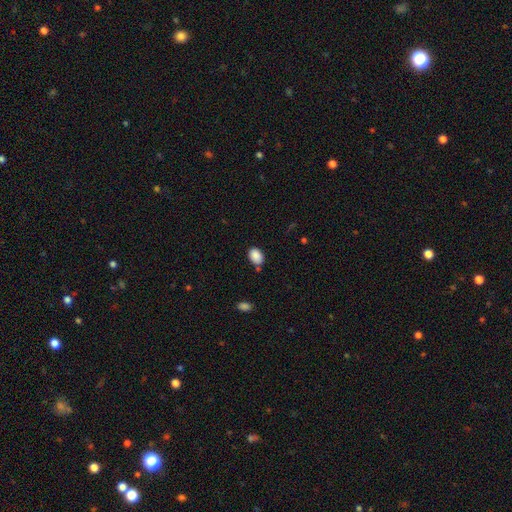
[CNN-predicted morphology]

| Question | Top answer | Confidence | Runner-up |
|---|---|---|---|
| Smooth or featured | smooth | 89% | star or artifact (8%) |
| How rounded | in between | 85% | round (14%) |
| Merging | none | 74% | minor disturbance (17%) |